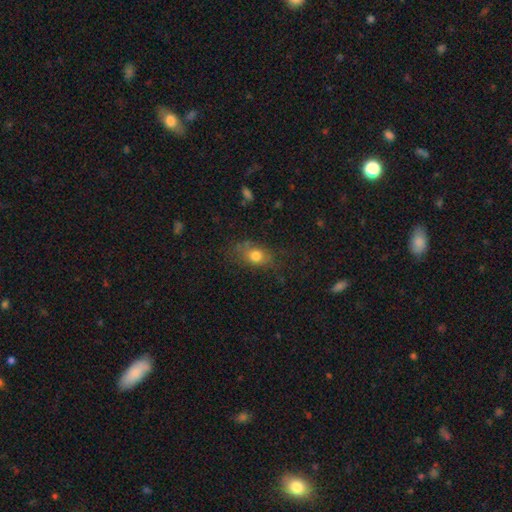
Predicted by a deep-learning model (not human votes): smooth 72%, featured or disk 16%, star or artifact 11%. Down the decision tree: how rounded — in between (68%); merging — none (64%).